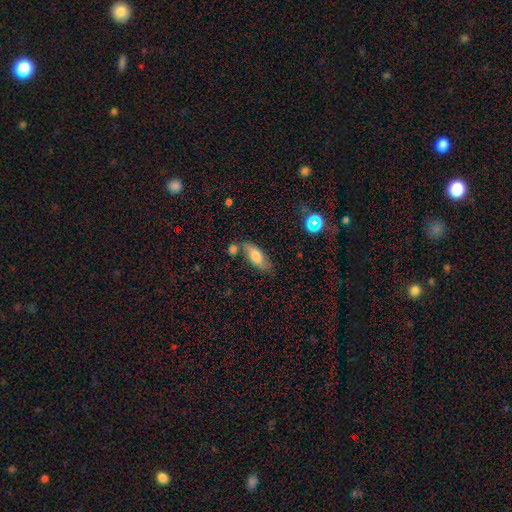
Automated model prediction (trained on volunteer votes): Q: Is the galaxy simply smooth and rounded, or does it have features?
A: smooth — 66%.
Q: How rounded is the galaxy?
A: in between — 71%.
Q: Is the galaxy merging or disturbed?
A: none — 62%.